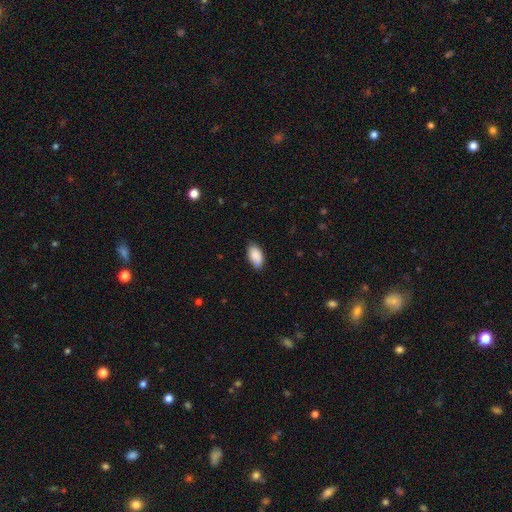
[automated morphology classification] Smooth or featured?
  - smooth: 87% *
  - star or artifact: 7%
  - featured or disk: 6%
How rounded?
  - in between: 94% *
  - round: 4%
  - cigar-shaped: 2%
Merging?
  - none: 77% *
  - minor disturbance: 19%
  - major disturbance: 3%
  - merger: 1%